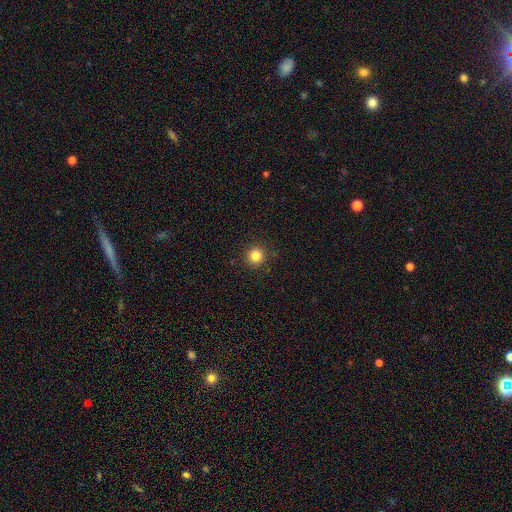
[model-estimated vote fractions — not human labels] smooth-or-featured: smooth: 84% | star or artifact: 12% | featured or disk: 4%
  how-rounded: round: 95% | in between: 4% | cigar-shaped: 1%
  merging: none: 92% | minor disturbance: 5% | major disturbance: 2% | merger: 1%